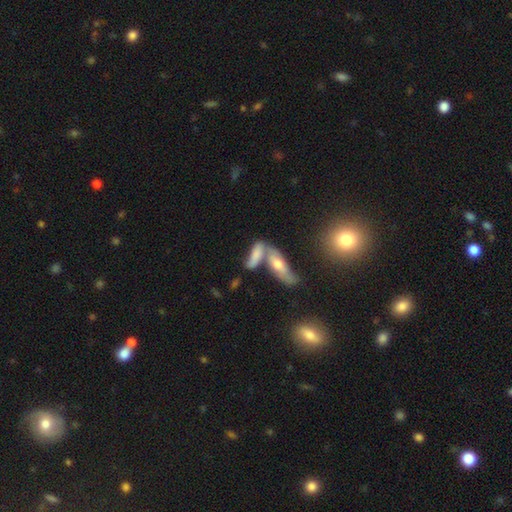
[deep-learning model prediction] This is likely a smooth galaxy (61%). How rounded: possibly in between (57%). Merging: possibly merger (55%).